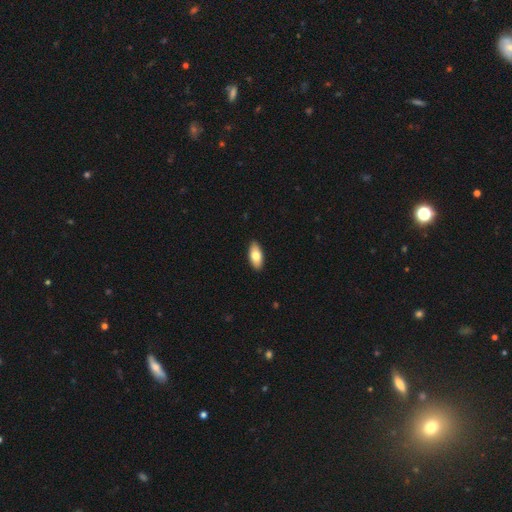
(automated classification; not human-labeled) The model was most divided on "smooth or featured": smooth: 78%, featured or disk: 17%, star or artifact: 6%. More confident: merging — none (90%); how rounded — in between (90%).